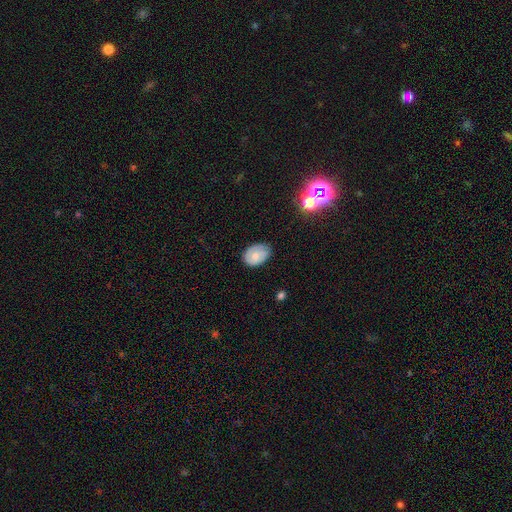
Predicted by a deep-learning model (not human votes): Overall: smooth (66%). How rounded: in between (79%). Merging: none (66%; minor disturbance 27%).